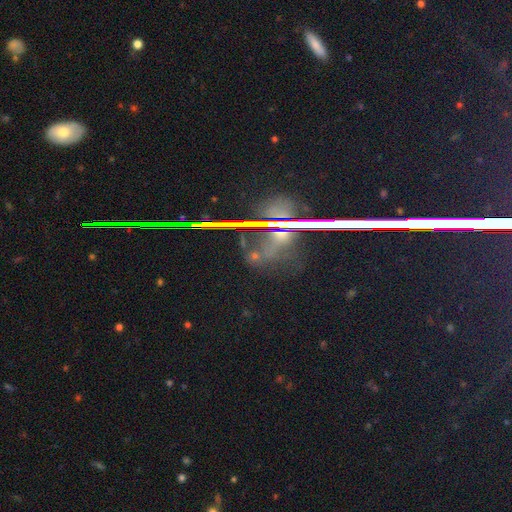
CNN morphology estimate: A star or artifact, not a galaxy (68%).

Vote fractions:
- Smooth or featured? star or artifact: 68% / smooth: 19% / featured or disk: 13%